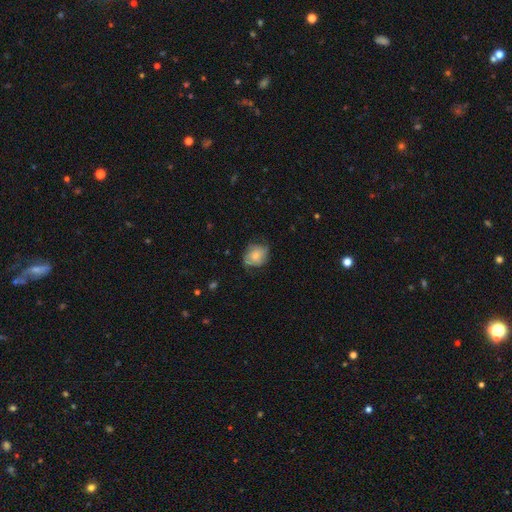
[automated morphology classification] This appears to be a smooth galaxy with no disk features (66%) that is round (58%). Merging: none (59%).